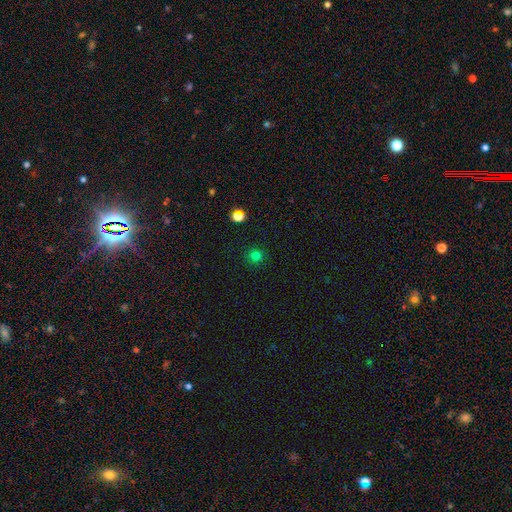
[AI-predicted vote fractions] Smooth or featured: smooth — 76% (star or artifact — 20%)
How rounded: round — 93% (in between — 6%)
Merging: none — 89% (minor disturbance — 7%)